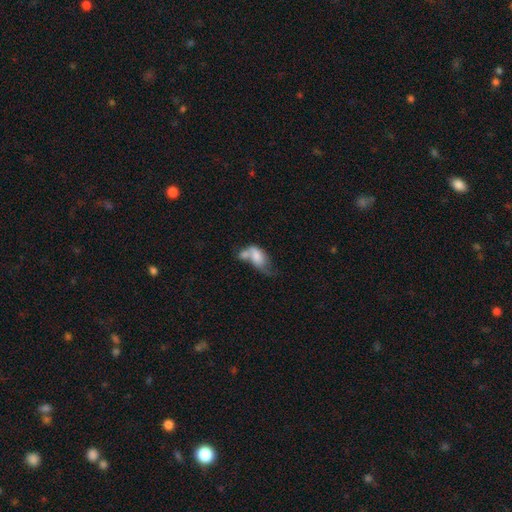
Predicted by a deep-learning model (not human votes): Smooth or featured: smooth — 61% (featured or disk — 30%)
How rounded: in between — 86% (round — 9%)
Merging: merger — 52% (major disturbance — 21%)